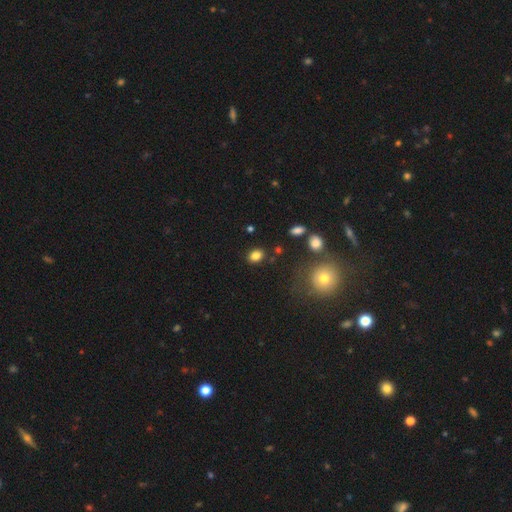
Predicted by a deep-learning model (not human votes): smooth_or_featured: smooth (p=0.83) [alt: star or artifact p=0.11]
how_rounded: in between (p=0.63) [alt: round p=0.36]
merging: none (p=0.83) [alt: minor disturbance p=0.10]